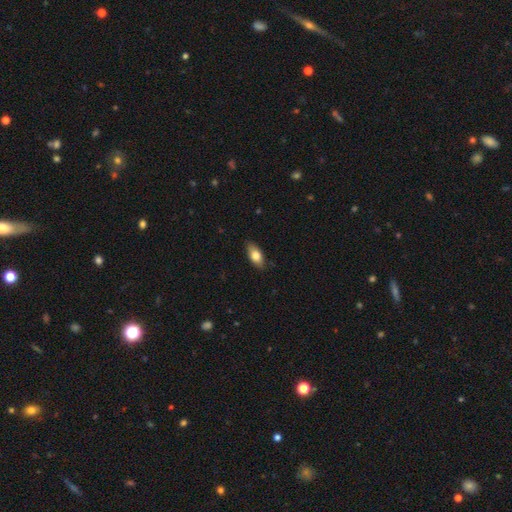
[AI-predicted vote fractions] Overall: smooth (77%). How rounded: in between (86%). Merging: none (85%).